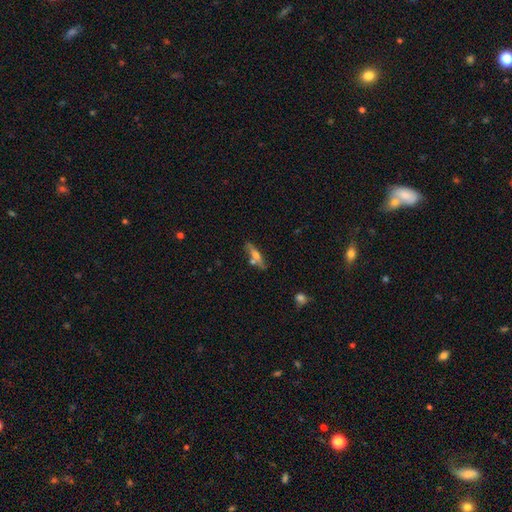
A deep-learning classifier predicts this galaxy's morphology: This is possibly a smooth galaxy (50%). Merging: likely none (65%).